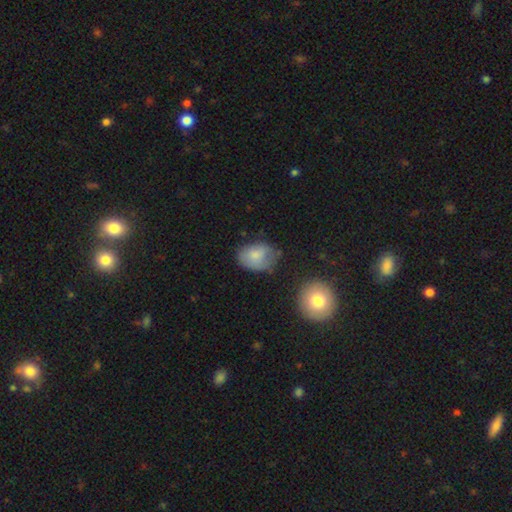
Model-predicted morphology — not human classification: smooth 75%, featured or disk 17%, star or artifact 8%. Down the decision tree: how rounded — in between (77%); merging — none (52%).